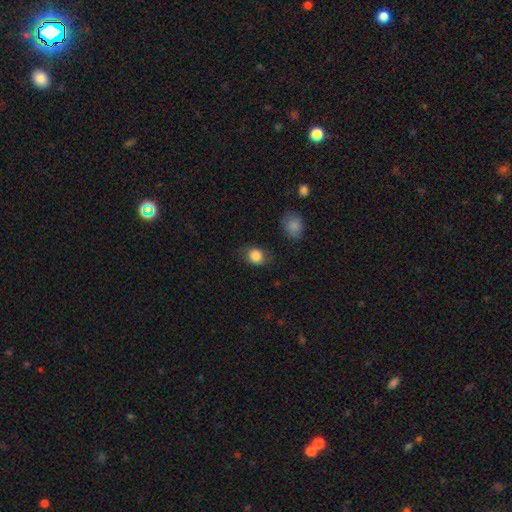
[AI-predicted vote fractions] A smooth galaxy with no disk features (86%) that is round (55%).

Vote fractions:
- Smooth or featured? smooth: 86% / star or artifact: 9% / featured or disk: 5%
- How rounded? round: 55% / in between: 44% / cigar-shaped: 1%
- Merging? none: 76% / minor disturbance: 17% / major disturbance: 5% / merger: 2%